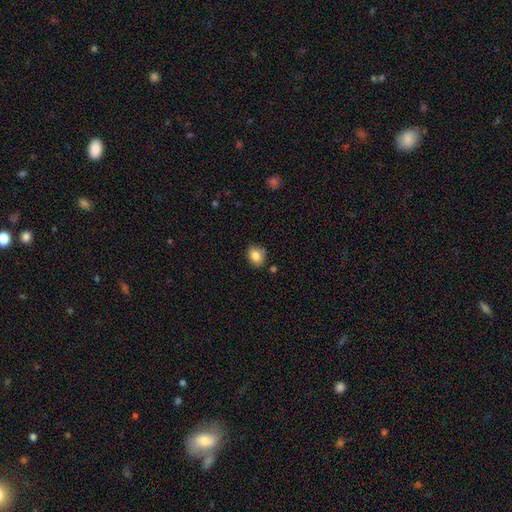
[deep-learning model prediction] This is clearly a smooth galaxy (85%). How rounded: possibly round (50%). Merging: clearly none (80%).